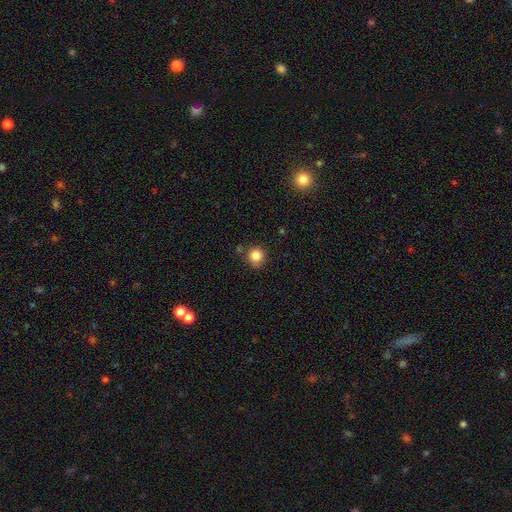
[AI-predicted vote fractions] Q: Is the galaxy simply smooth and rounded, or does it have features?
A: smooth — 83%.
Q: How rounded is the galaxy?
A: round — 92%.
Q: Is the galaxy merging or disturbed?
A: none — 79%.